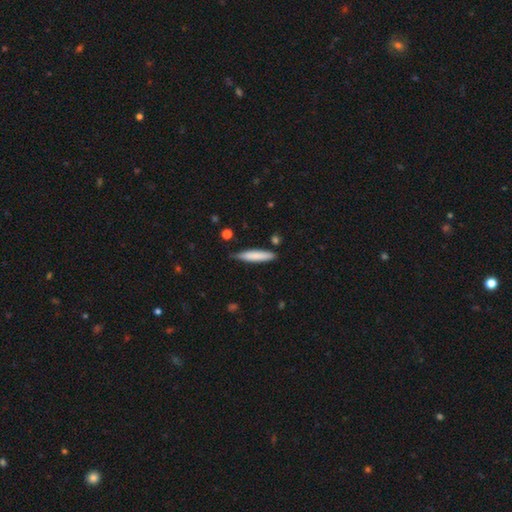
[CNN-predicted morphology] Smooth or featured: smooth — 79% (featured or disk — 15%)
How rounded: cigar-shaped — 87% (in between — 12%)
Merging: none — 80% (minor disturbance — 16%)